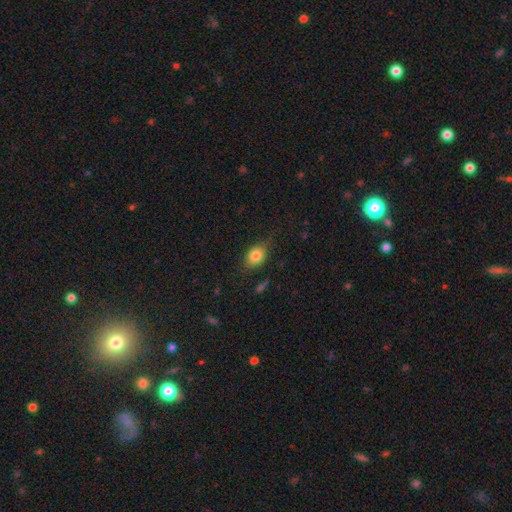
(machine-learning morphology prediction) Overall: smooth (81%). How rounded: in between (66%; round 32%). Merging: none (72%).